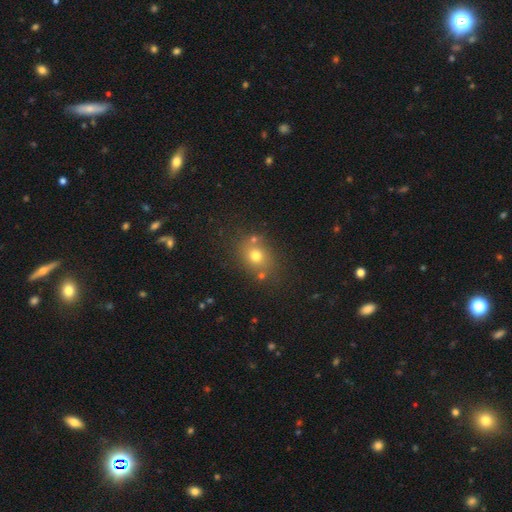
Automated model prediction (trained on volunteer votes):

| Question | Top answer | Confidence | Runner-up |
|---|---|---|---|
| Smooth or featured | smooth | 71% | star or artifact (17%) |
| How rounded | round | 55% | in between (44%) |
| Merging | none | 74% | minor disturbance (12%) |